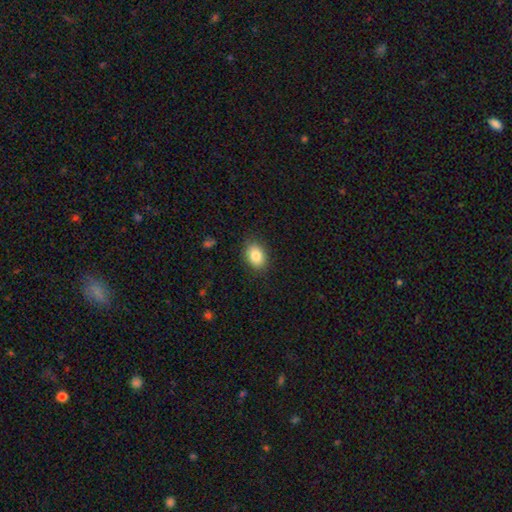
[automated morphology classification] A smooth galaxy with no disk features (84%) that is in between round and cigar-shaped (73%). Merging: none (86%).